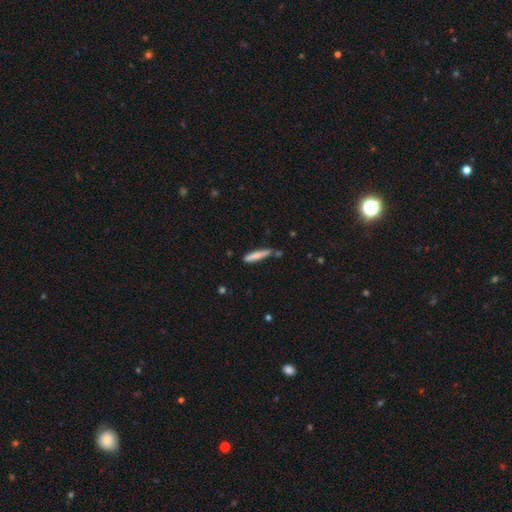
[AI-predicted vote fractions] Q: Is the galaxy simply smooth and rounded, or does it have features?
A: smooth — 75%.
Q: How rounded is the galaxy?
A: cigar-shaped — 91%.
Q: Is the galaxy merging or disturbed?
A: none — 68%.